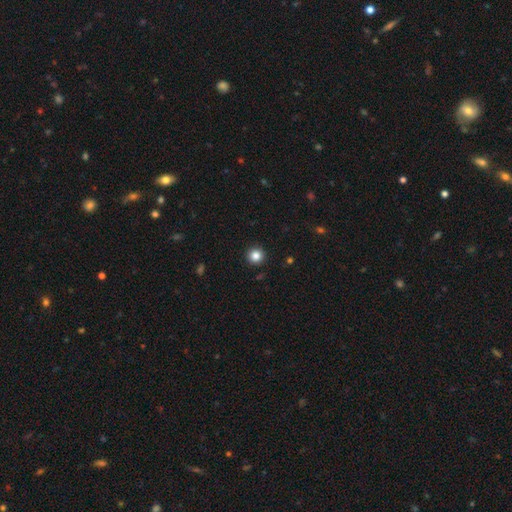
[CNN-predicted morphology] smooth_or_featured: smooth (p=0.84) [alt: star or artifact p=0.11]
how_rounded: round (p=0.95) [alt: in between p=0.04]
merging: none (p=0.93) [alt: minor disturbance p=0.04]